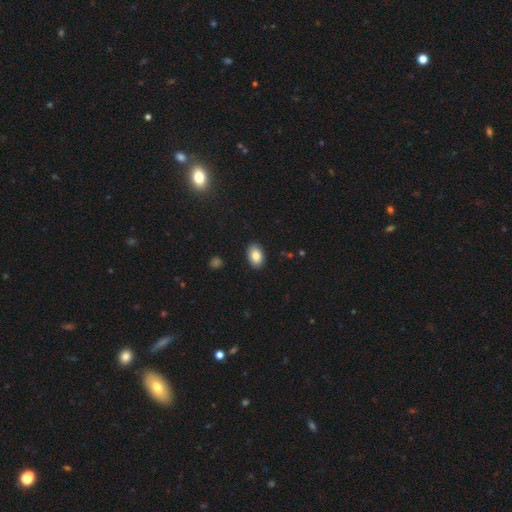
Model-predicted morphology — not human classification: A smooth galaxy with no disk features (86%) that is in between round and cigar-shaped (89%). Merging: none (89%).